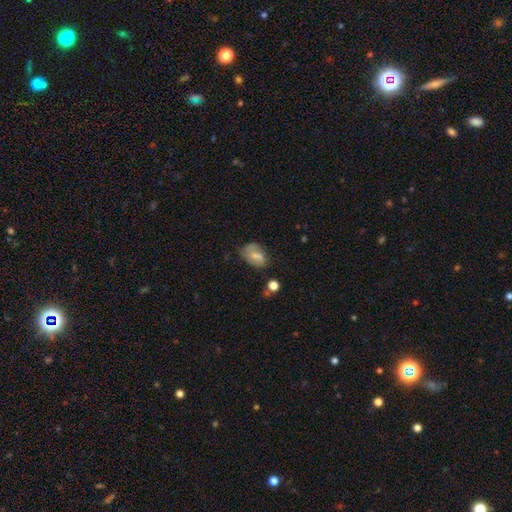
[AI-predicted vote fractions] Q: Smooth or featured?
A: smooth (63%); runner-up: featured or disk (27%)
Q: How rounded?
A: in between (80%); runner-up: round (19%)
Q: Merging?
A: none (45%); runner-up: minor disturbance (30%)